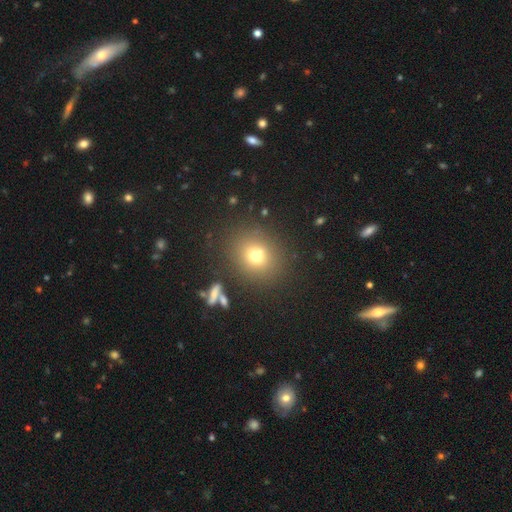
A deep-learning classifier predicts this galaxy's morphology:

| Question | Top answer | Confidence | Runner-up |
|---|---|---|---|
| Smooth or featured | smooth | 70% | star or artifact (18%) |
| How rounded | round | 76% | in between (23%) |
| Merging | none | 77% | minor disturbance (10%) |